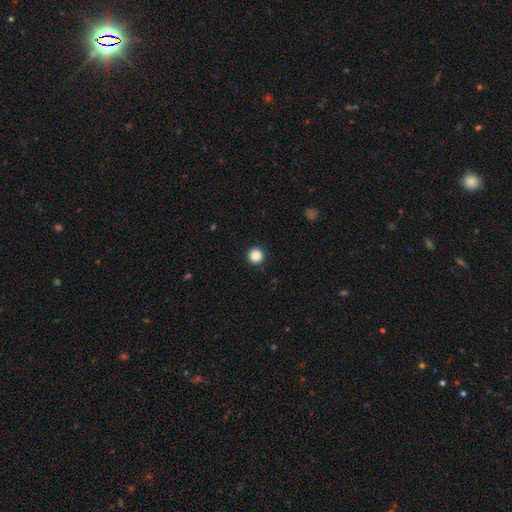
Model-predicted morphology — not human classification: smooth_or_featured: smooth (p=0.87) [alt: star or artifact p=0.10]
how_rounded: round (p=0.96) [alt: in between p=0.03]
merging: none (p=0.93) [alt: minor disturbance p=0.05]